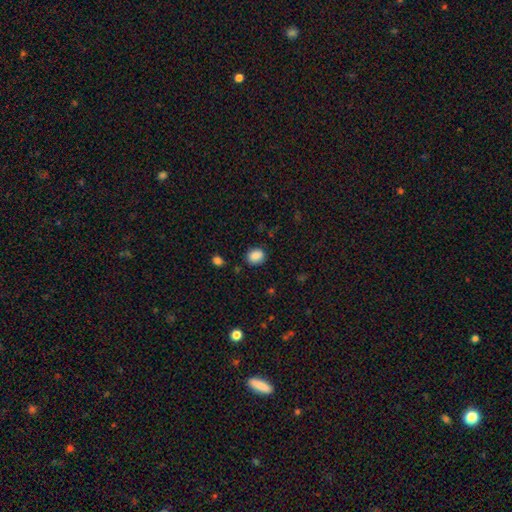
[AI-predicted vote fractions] This is clearly a smooth galaxy (87%). How rounded: possibly round (55%). Merging: clearly none (81%).